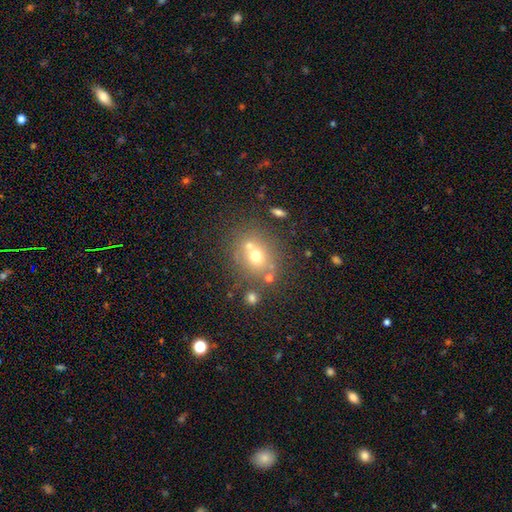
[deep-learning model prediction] Smooth or featured: smooth — 62% (featured or disk — 20%)
How rounded: round — 73% (in between — 26%)
Merging: none — 58% (merger — 25%)